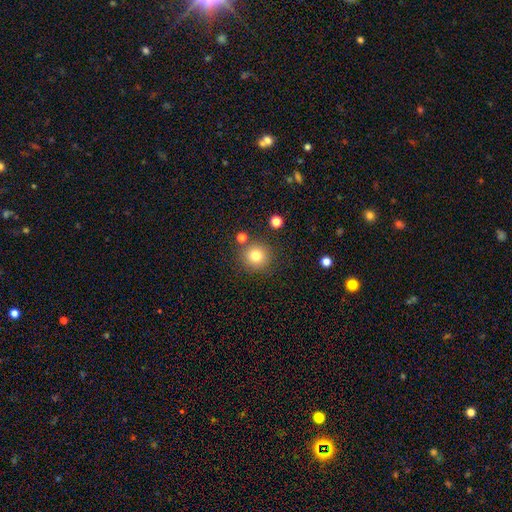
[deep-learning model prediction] Smooth or featured?
  - smooth: 81% *
  - star or artifact: 12%
  - featured or disk: 7%
How rounded?
  - round: 93% *
  - in between: 6%
  - cigar-shaped: 1%
Merging?
  - none: 83% *
  - minor disturbance: 8%
  - merger: 6%
  - major disturbance: 3%